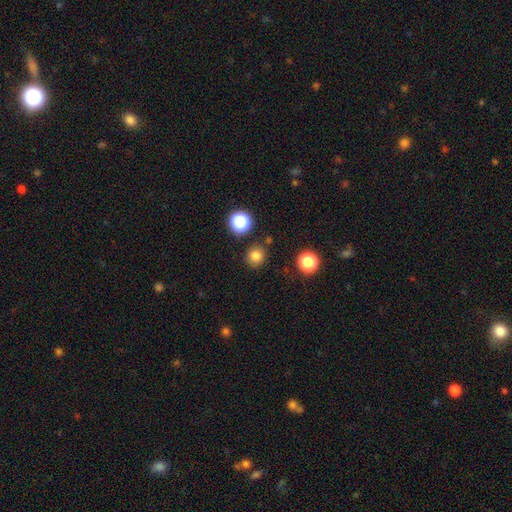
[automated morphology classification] Smooth or featured? smooth (79%)
How rounded? round (89%)
Merging? none (86%)